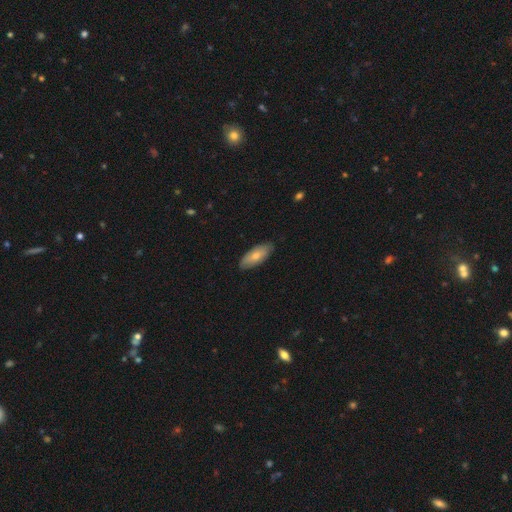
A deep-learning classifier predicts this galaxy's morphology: Smooth or featured? Predicted: smooth (p=0.72). How rounded? Predicted: in between (p=0.81). Merging? Predicted: none (p=0.85).